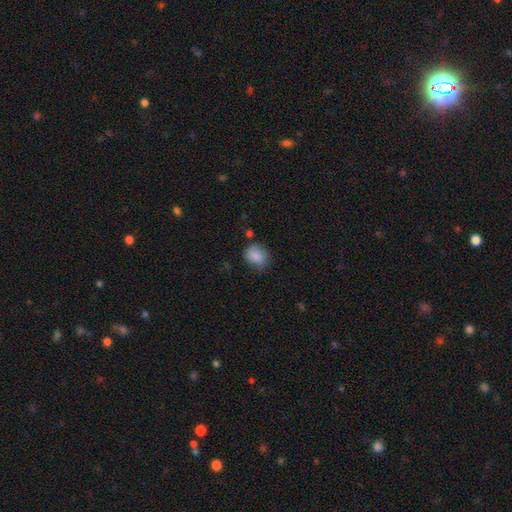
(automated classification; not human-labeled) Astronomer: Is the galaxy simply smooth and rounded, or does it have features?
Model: smooth — 85%.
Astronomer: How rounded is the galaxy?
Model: round — 53% (runner-up: in between, 46%).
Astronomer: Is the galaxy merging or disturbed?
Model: none — 65%.